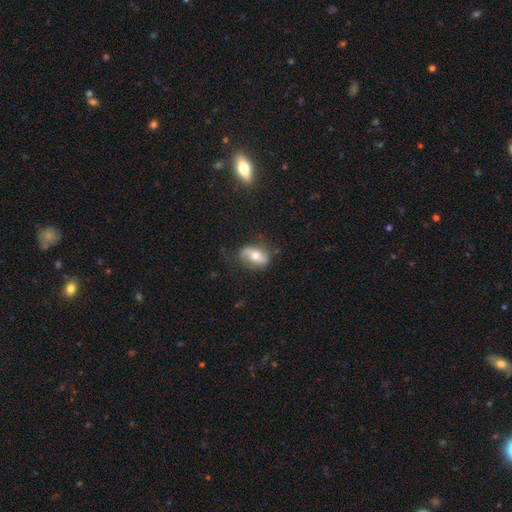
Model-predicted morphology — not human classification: A featured or disk galaxy (48%).

Vote fractions:
- Smooth or featured? featured or disk: 48% / smooth: 44% / star or artifact: 8%
- Merging? none: 70% / minor disturbance: 21% / major disturbance: 7% / merger: 2%